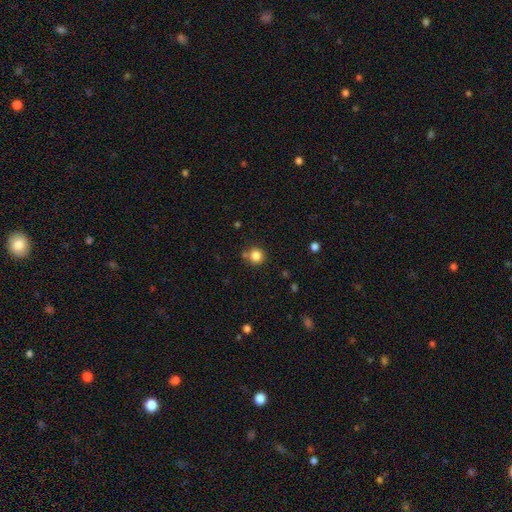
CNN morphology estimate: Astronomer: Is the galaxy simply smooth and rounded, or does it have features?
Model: smooth — 83%.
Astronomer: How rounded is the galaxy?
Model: round — 93%.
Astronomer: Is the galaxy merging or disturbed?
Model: none — 75%.